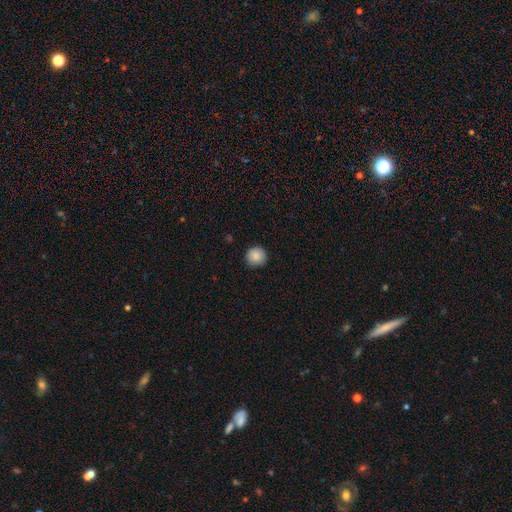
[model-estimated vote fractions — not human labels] This is clearly a smooth galaxy (88%). How rounded: clearly round (95%). Merging: clearly none (91%).